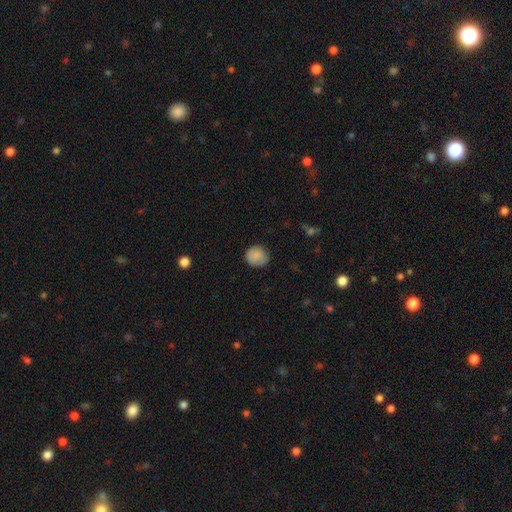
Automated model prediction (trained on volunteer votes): smooth_or_featured: smooth (p=0.87) [alt: star or artifact p=0.08]
how_rounded: round (p=0.85) [alt: in between p=0.14]
merging: none (p=0.83) [alt: minor disturbance p=0.13]